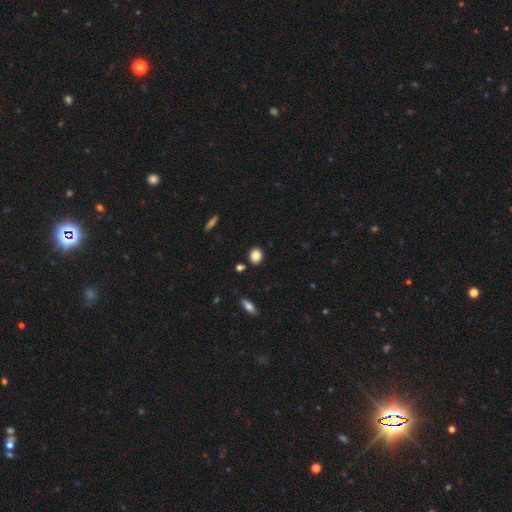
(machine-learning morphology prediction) This appears to be a smooth galaxy with no disk features (84%) that is round (55%). Merging: none (87%).